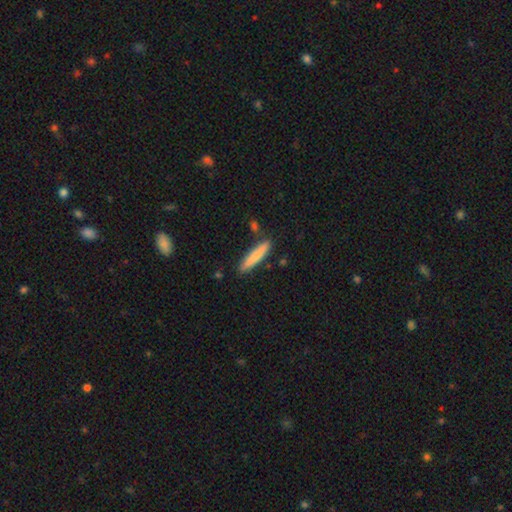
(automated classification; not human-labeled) Smooth or featured: smooth — 76% (featured or disk — 19%)
How rounded: cigar-shaped — 90% (in between — 9%)
Merging: none — 84% (minor disturbance — 10%)